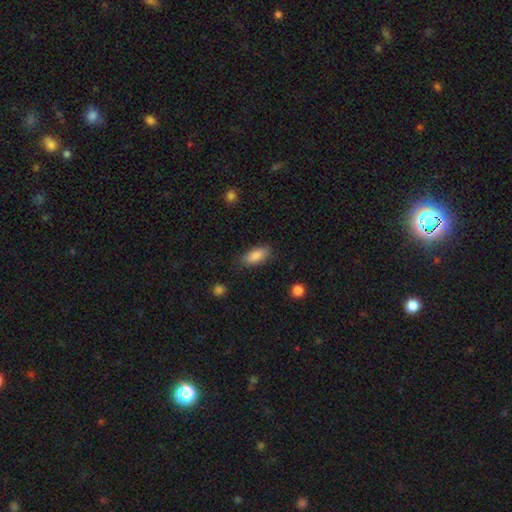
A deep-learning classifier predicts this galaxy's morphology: Smooth or featured?
  - smooth: 86% *
  - featured or disk: 7%
  - star or artifact: 7%
How rounded?
  - in between: 85% *
  - cigar-shaped: 13%
  - round: 2%
Merging?
  - none: 81% *
  - minor disturbance: 14%
  - major disturbance: 3%
  - merger: 2%